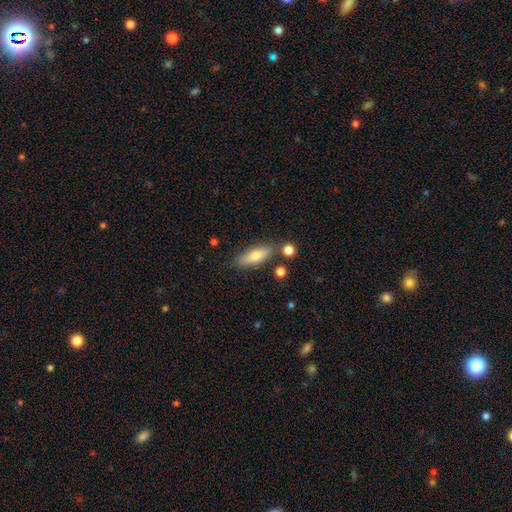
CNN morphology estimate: A smooth galaxy with no disk features (65%) that is in between round and cigar-shaped (54%). Merging: none (77%).